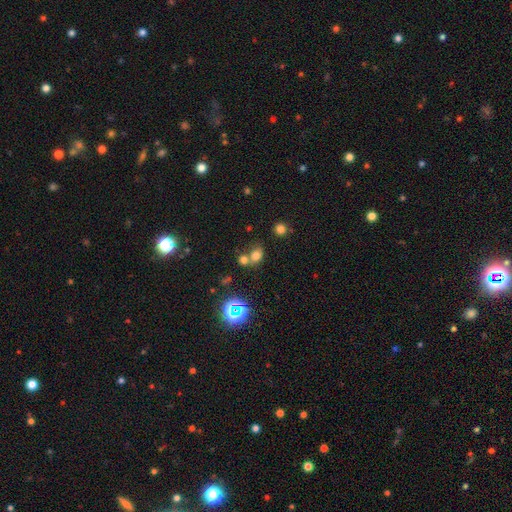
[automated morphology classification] smooth 68%, star or artifact 22%, featured or disk 10%. Down the decision tree: how rounded — round (51%); merging — none (43%).